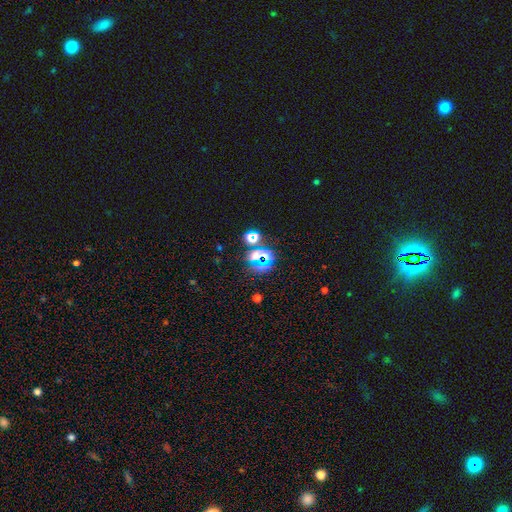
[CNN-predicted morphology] A star or artifact, not a galaxy (69%).